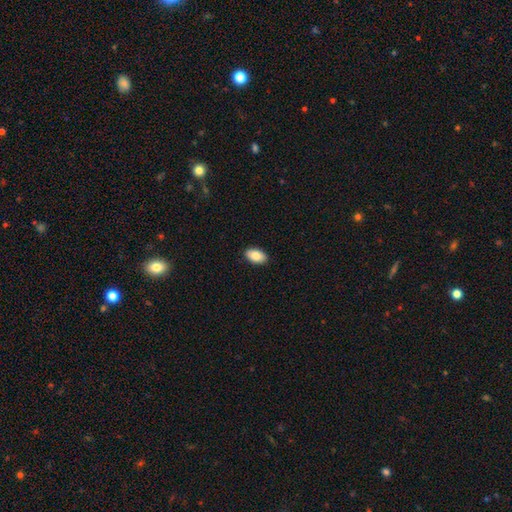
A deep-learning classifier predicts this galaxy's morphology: type=smooth (85%); roundness=in between (94%); merging=none (90%).